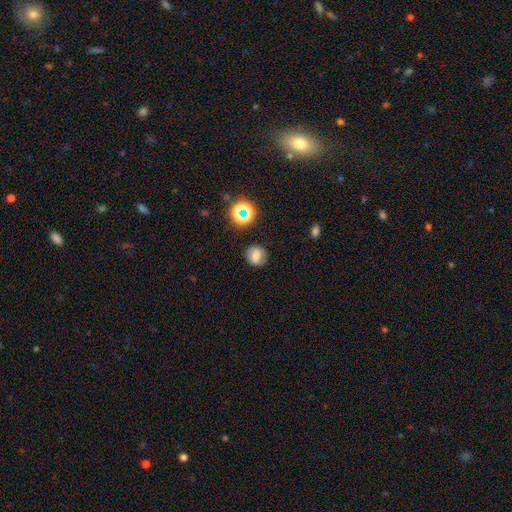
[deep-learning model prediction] Overall: smooth (62%). How rounded: round (77%). Merging: none (83%).